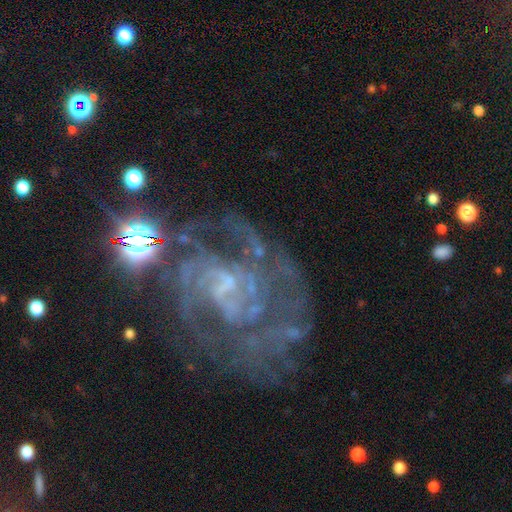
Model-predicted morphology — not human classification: type=featured or disk (81%); edge-on=no (98%); bar=no (49%); spiral arms=yes (86%); winding=tight (46%); arm count=can't tell (37%); bulge=none (44%); merging=none (54%).